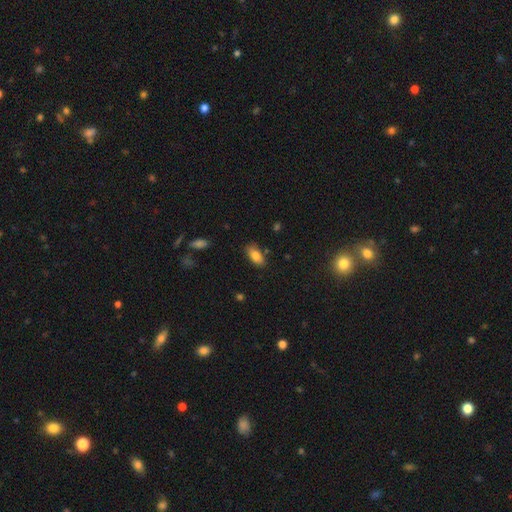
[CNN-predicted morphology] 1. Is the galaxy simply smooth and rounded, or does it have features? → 82% smooth, 10% featured or disk, 8% star or artifact.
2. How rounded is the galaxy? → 90% in between, 7% cigar-shaped, 4% round.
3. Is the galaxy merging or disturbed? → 79% none, 15% minor disturbance, 3% major disturbance, 3% merger.